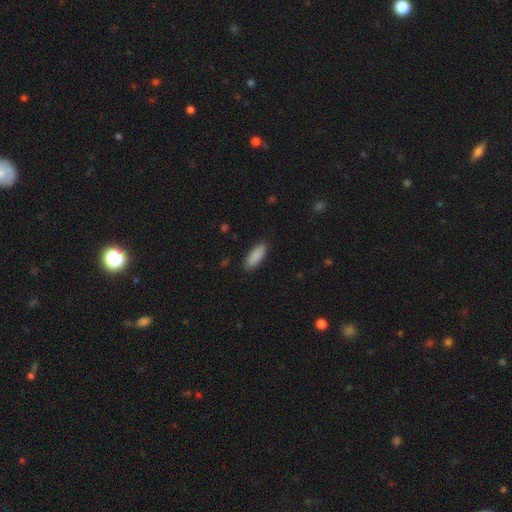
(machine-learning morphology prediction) Overall: smooth (90%). How rounded: in between (70%). Merging: none (88%).